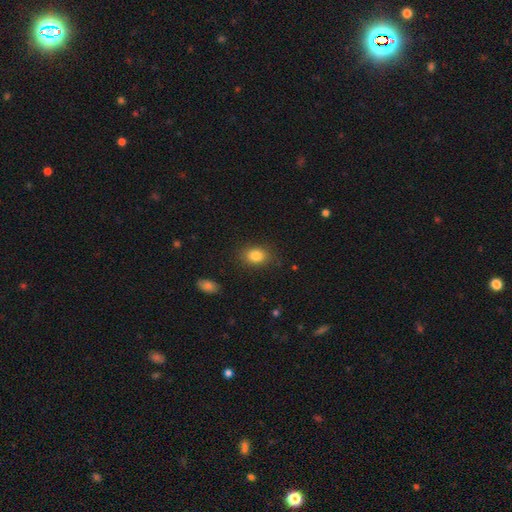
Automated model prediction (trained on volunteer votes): A smooth galaxy with no disk features (84%) that is in between round and cigar-shaped (72%). Merging: none (84%).